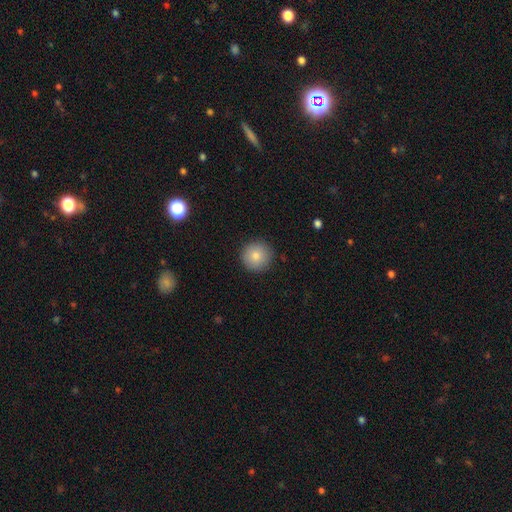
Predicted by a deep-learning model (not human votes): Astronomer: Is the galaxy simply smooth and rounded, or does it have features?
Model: smooth — 83%.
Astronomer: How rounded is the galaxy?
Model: round — 96%.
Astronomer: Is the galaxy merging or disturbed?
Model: none — 90%.